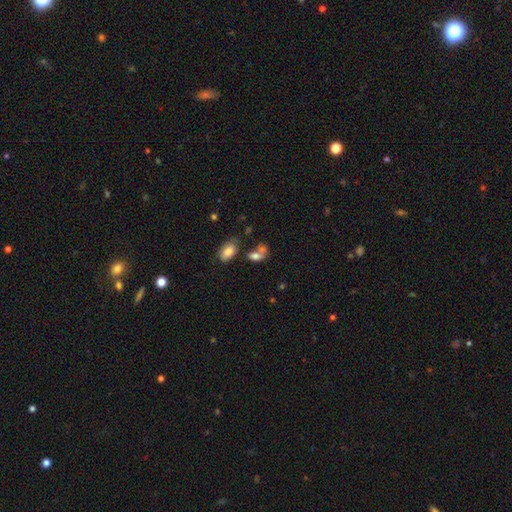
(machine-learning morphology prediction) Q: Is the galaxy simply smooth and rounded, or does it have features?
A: smooth — 73%.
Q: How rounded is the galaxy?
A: in between — 79%.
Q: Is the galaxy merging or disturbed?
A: merger — 44%.